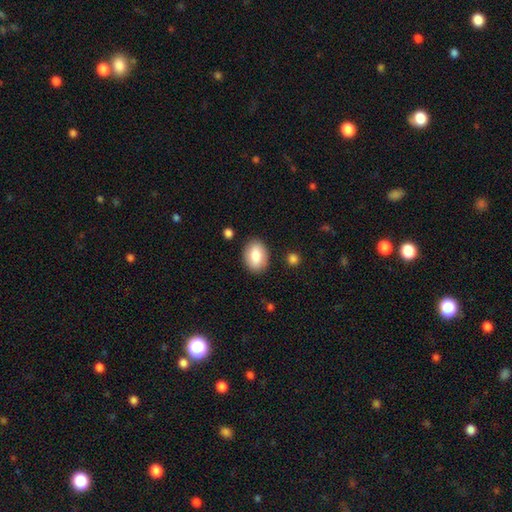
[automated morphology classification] smooth-or-featured: smooth: 82% | featured or disk: 11% | star or artifact: 7%
  how-rounded: in between: 79% | round: 20% | cigar-shaped: 1%
  merging: none: 85% | minor disturbance: 10% | major disturbance: 3% | merger: 2%